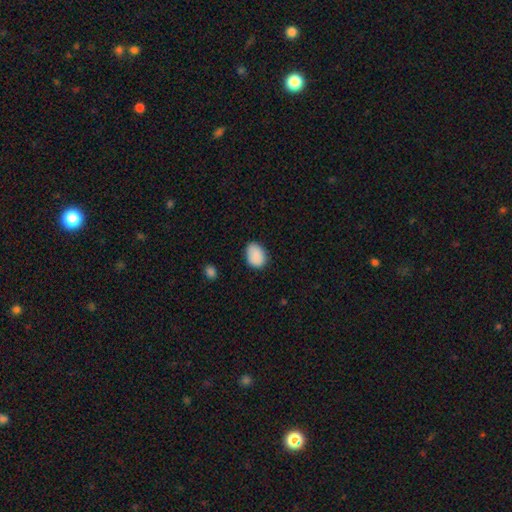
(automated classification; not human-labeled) Smooth or featured? Predicted: smooth (p=0.89). How rounded? Predicted: in between (p=0.74). Merging? Predicted: none (p=0.75).